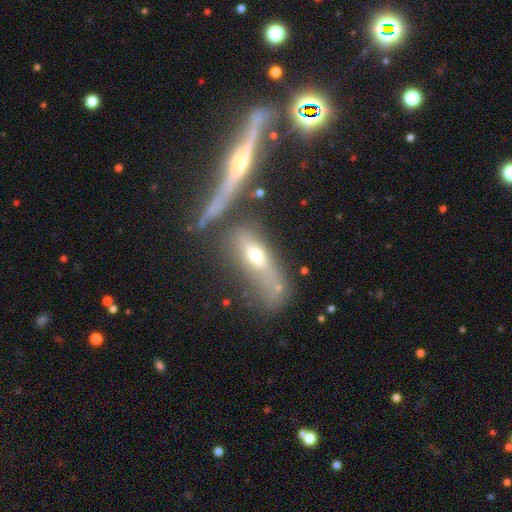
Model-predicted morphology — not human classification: smooth-or-featured: featured or disk: 46% | smooth: 40% | star or artifact: 14%
  merging: none: 42% | merger: 27% | minor disturbance: 17% | major disturbance: 15%